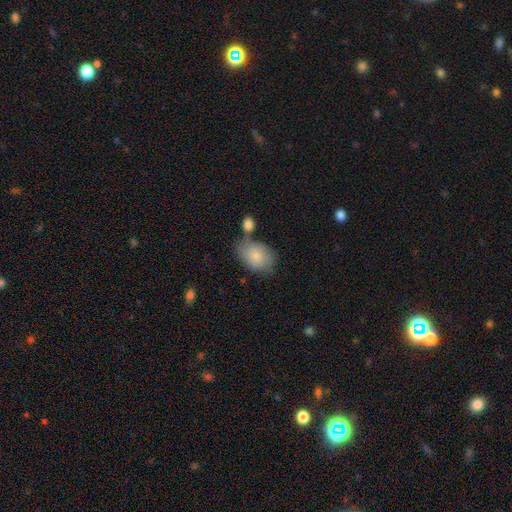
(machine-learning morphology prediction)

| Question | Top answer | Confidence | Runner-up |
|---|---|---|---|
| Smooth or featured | smooth | 78% | featured or disk (15%) |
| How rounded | in between | 77% | round (22%) |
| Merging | none | 50% | merger (22%) |